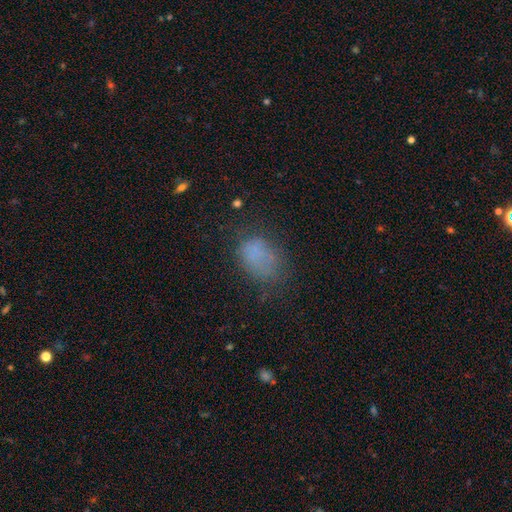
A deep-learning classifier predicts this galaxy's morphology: Smooth or featured? Predicted: smooth (p=0.70). How rounded? Predicted: in between (p=0.73). Merging? Predicted: none (p=0.52).